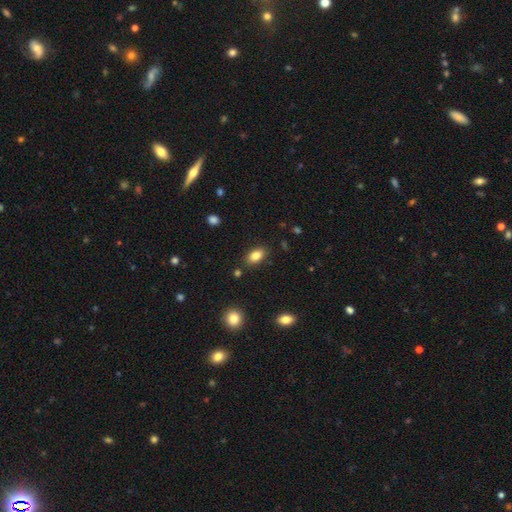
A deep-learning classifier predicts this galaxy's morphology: Smooth or featured? Predicted: smooth (p=0.83). How rounded? Predicted: in between (p=0.88). Merging? Predicted: none (p=0.85).